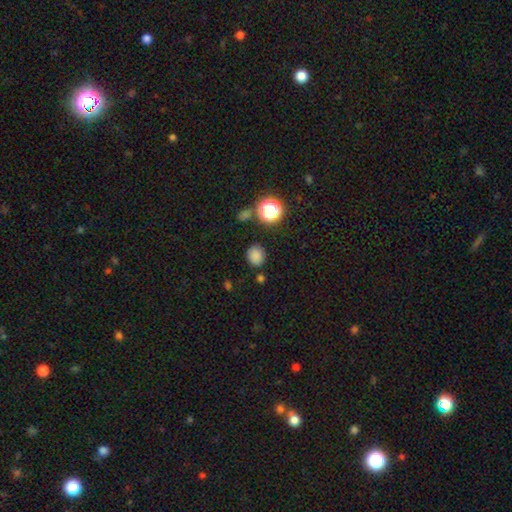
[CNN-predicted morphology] A smooth galaxy with no disk features (80%) that is round (66%).

Vote fractions:
- Smooth or featured? smooth: 80% / star or artifact: 15% / featured or disk: 4%
- How rounded? round: 66% / in between: 33% / cigar-shaped: 1%
- Merging? none: 81% / minor disturbance: 12% / merger: 4% / major disturbance: 3%